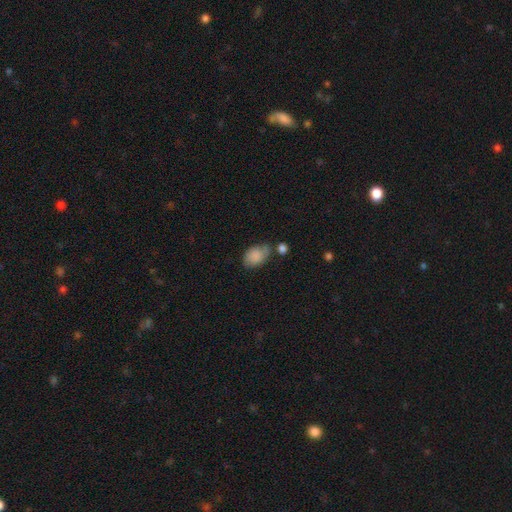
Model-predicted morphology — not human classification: smooth_or_featured: smooth (p=0.84) [alt: featured or disk p=0.08]
how_rounded: in between (p=0.82) [alt: round p=0.17]
merging: none (p=0.52) [alt: minor disturbance p=0.26]